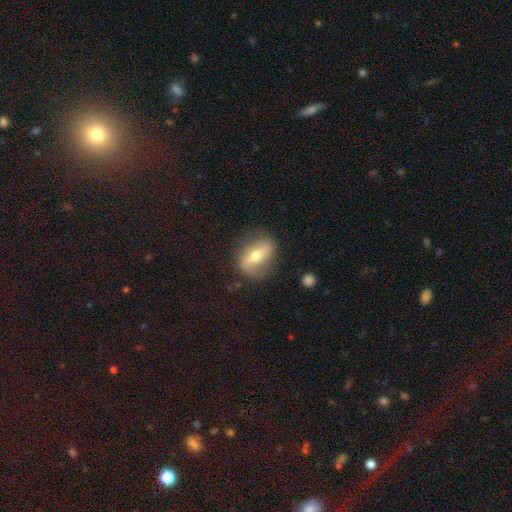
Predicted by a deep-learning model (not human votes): Q: Smooth or featured?
A: featured or disk (57%); runner-up: smooth (36%)
Q: Edge-on disk?
A: no (76%); runner-up: yes (24%)
Q: Merging?
A: none (75%); runner-up: minor disturbance (16%)